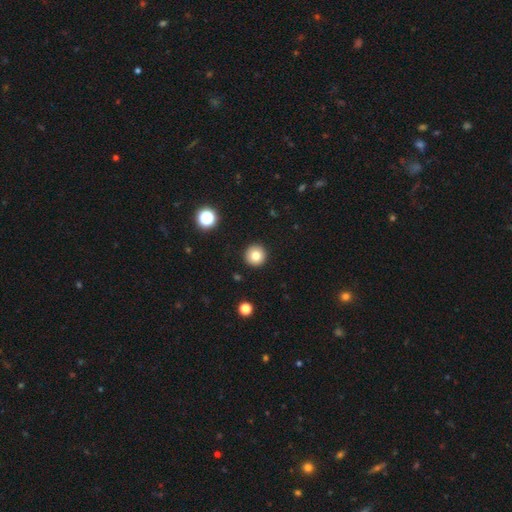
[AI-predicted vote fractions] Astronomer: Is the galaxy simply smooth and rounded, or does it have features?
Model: smooth — 80%.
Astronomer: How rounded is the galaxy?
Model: round — 96%.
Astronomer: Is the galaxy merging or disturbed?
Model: none — 93%.